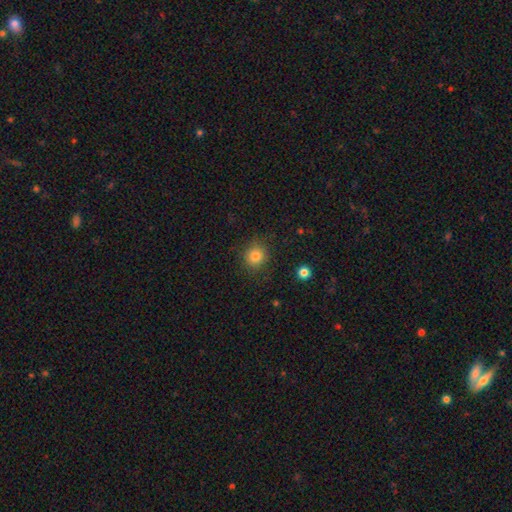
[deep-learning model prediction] smooth-or-featured: smooth: 81% | star or artifact: 12% | featured or disk: 7%
  how-rounded: round: 83% | in between: 16% | cigar-shaped: 1%
  merging: none: 84% | minor disturbance: 11% | major disturbance: 3% | merger: 1%